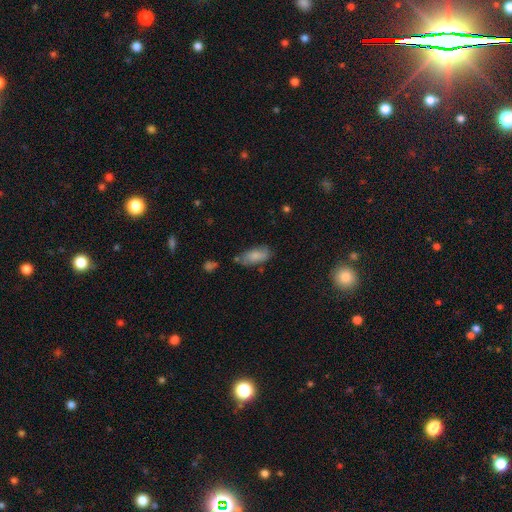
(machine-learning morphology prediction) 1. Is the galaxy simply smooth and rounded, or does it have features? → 78% smooth, 15% featured or disk, 7% star or artifact.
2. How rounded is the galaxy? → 86% in between, 12% cigar-shaped, 3% round.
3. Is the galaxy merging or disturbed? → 60% none, 26% minor disturbance, 7% major disturbance, 7% merger.